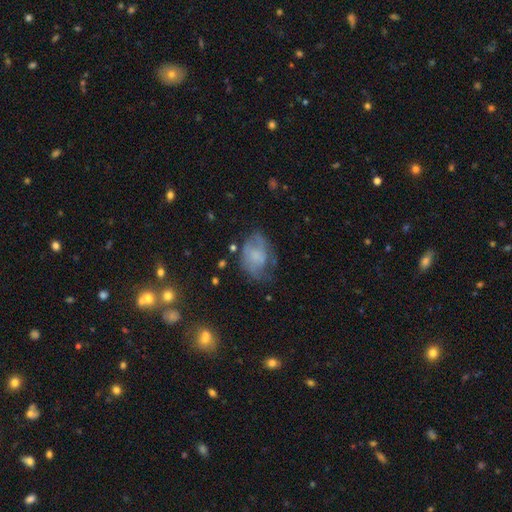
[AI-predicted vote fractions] smooth-or-featured: smooth: 50% | featured or disk: 39% | star or artifact: 10%
  how-rounded: in between: 71% | round: 27% | cigar-shaped: 1%
  merging: none: 45% | minor disturbance: 29% | major disturbance: 23% | merger: 3%